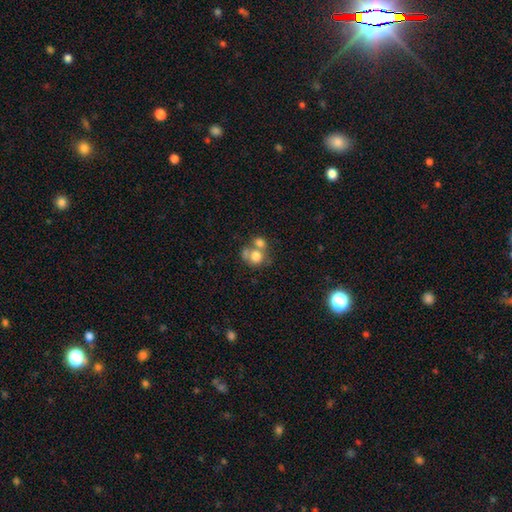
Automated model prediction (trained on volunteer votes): Smooth or featured? Predicted: smooth (p=0.71). How rounded? Predicted: round (p=0.71). Merging? Predicted: merger (p=0.56).